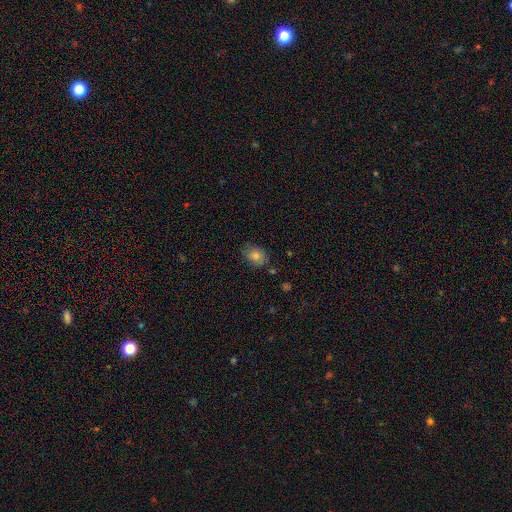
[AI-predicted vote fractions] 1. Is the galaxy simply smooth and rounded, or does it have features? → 79% smooth, 11% featured or disk, 10% star or artifact.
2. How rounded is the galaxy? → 64% in between, 35% round, 1% cigar-shaped.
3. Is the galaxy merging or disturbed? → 78% none, 16% minor disturbance, 3% major disturbance, 2% merger.